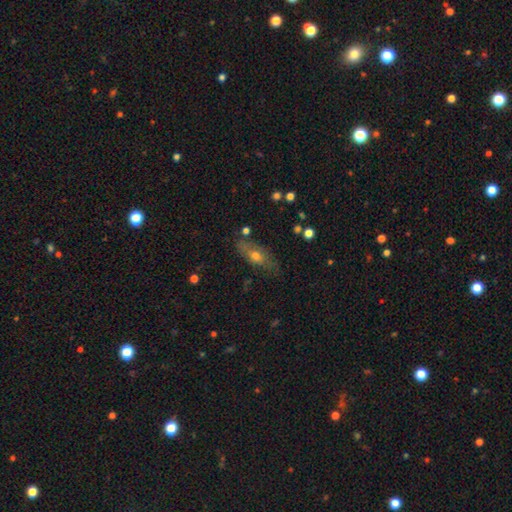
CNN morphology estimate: The model was most divided on "smooth or featured": featured or disk: 43%, smooth: 42%, star or artifact: 15%. More confident: merging — none (75%).